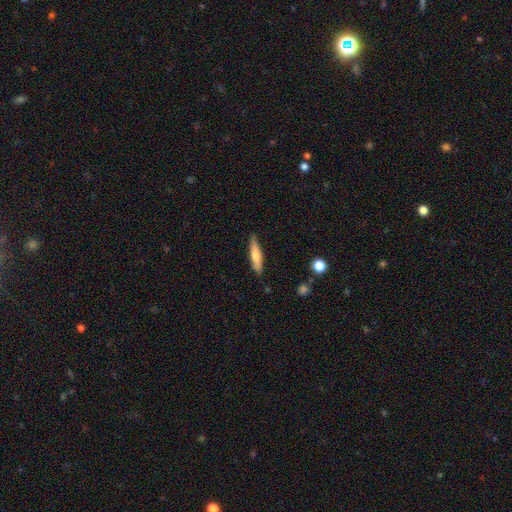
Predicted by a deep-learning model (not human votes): Morphology: type=smooth (66%); roundness=cigar-shaped (84%); merging=none (84%).